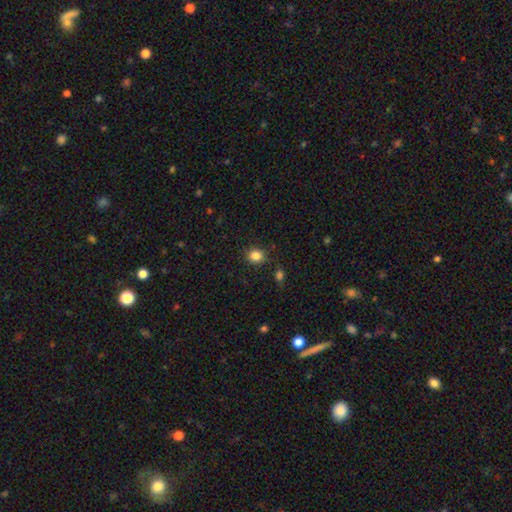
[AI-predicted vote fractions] This is clearly a smooth galaxy (84%). How rounded: likely round (78%). Merging: clearly none (86%).